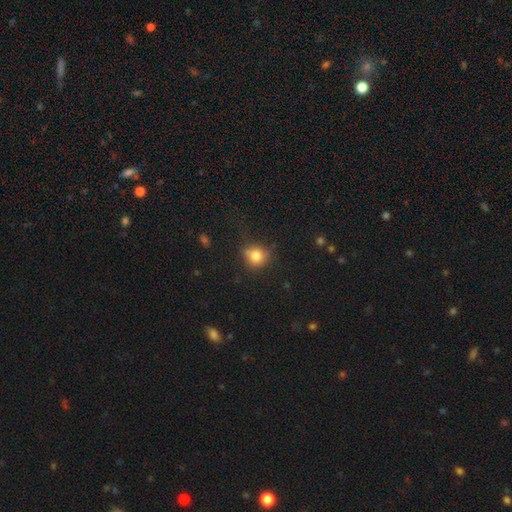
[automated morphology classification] A smooth galaxy with no disk features (80%) that is round (84%). Merging: none (69%).